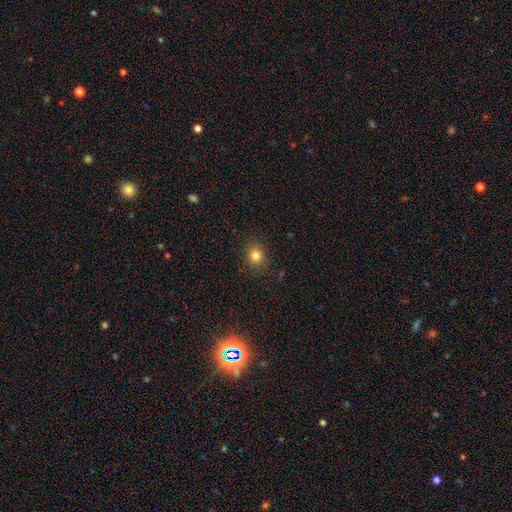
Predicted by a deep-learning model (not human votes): smooth-or-featured: smooth: 82% | star or artifact: 13% | featured or disk: 6%
  how-rounded: round: 81% | in between: 18% | cigar-shaped: 1%
  merging: none: 89% | minor disturbance: 8% | major disturbance: 2% | merger: 1%